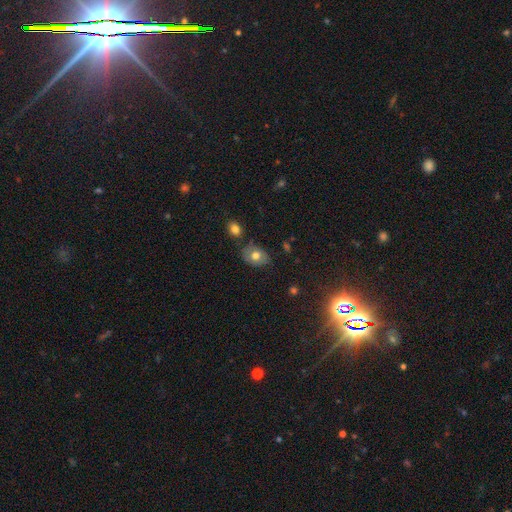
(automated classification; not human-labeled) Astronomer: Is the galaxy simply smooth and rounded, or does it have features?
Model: smooth — 70%.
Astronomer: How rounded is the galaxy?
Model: in between — 71%.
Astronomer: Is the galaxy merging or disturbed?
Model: none — 69%.